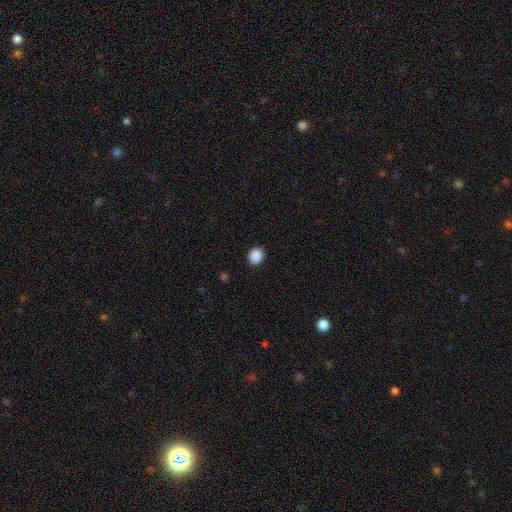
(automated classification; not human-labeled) This appears to be a smooth galaxy with no disk features (89%) that is round (72%). Merging: none (91%).